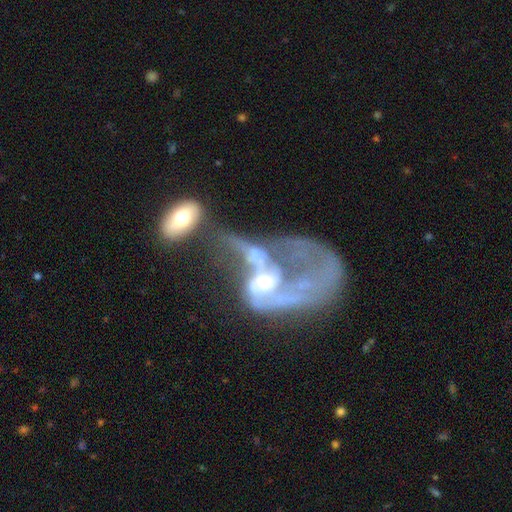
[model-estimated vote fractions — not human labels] Smooth or featured: featured or disk — 75% (smooth — 14%)
Edge-on disk: no — 93% (yes — 7%)
Bar: no — 62% (weak — 25%)
Spiral arms: yes — 68% (no — 32%)
Bulge size: moderate — 54% (small — 30%)
Merging: merger — 49% (major disturbance — 34%)